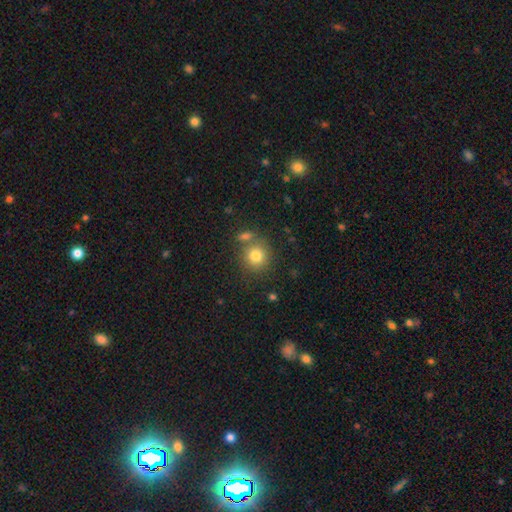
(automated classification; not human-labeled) smooth 80%, star or artifact 11%, featured or disk 9%. Down the decision tree: how rounded — round (89%); merging — none (68%).